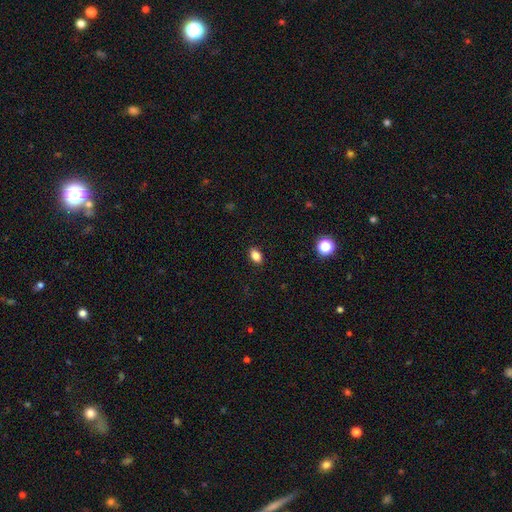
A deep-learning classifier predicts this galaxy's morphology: smooth_or_featured: smooth (p=0.84) [alt: star or artifact p=0.10]
how_rounded: in between (p=0.83) [alt: round p=0.15]
merging: none (p=0.89) [alt: minor disturbance p=0.08]